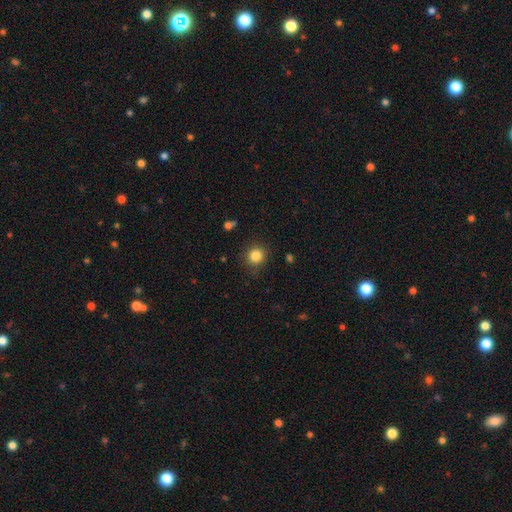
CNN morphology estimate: A smooth galaxy with no disk features (84%) that is round (89%). Merging: none (85%).